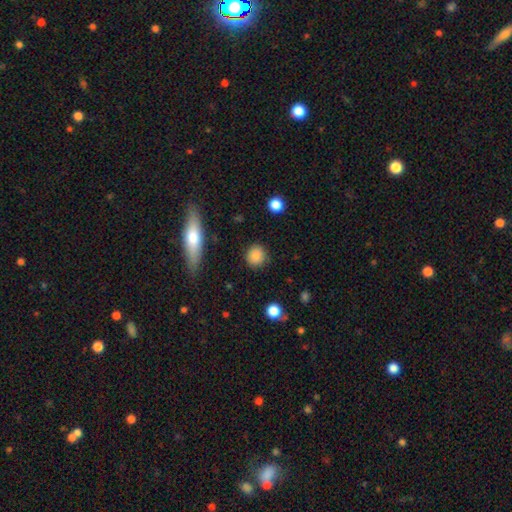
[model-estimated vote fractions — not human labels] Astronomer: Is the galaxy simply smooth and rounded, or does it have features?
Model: smooth — 85%.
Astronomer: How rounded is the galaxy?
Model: round — 89%.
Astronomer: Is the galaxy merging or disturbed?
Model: none — 87%.